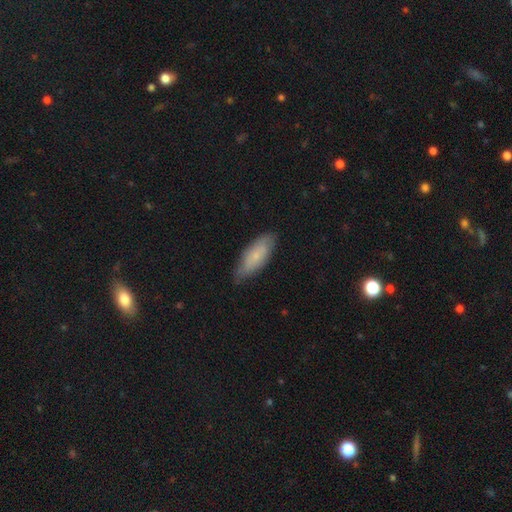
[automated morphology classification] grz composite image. It shows a smooth galaxy with no disk features (68%) that is in between round and cigar-shaped (73%). Merging: none (74%).